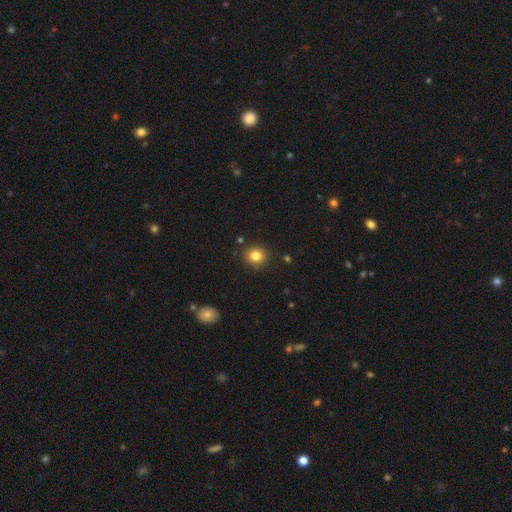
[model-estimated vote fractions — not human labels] Smooth or featured? smooth (82%)
How rounded? round (82%)
Merging? none (87%)